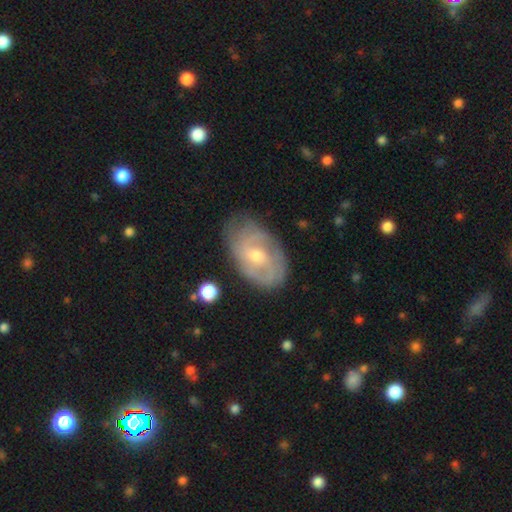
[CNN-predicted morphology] This is likely a featured or disk galaxy (74%). It is clearly not viewed edge-on (95%). Bar: possibly no (56%). Spiral arm pattern: clearly yes (88%). Spiral arm count: marginally can't tell (40%). Spiral winding: possibly tight (57%). Central bulge: possibly moderate (49%). Merging: likely none (75%).